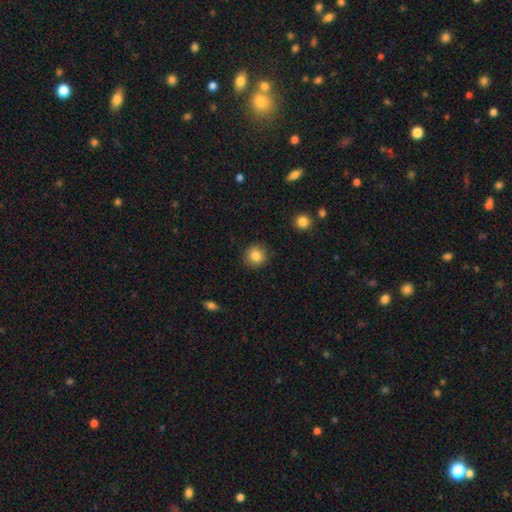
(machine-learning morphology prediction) Smooth or featured? Predicted: smooth (p=0.85). How rounded? Predicted: round (p=0.90). Merging? Predicted: none (p=0.89).